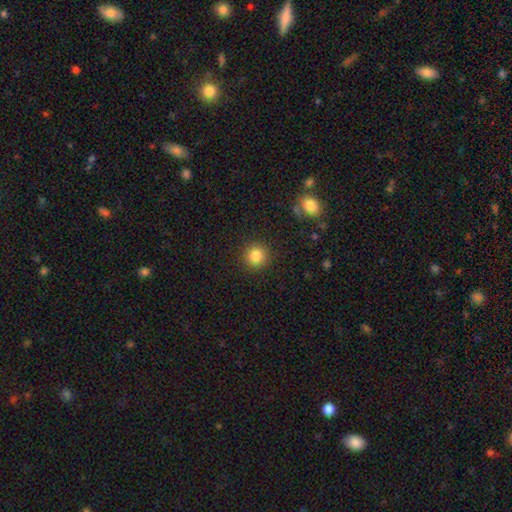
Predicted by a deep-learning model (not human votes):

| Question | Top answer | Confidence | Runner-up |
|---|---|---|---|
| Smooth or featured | smooth | 83% | star or artifact (11%) |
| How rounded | round | 94% | in between (5%) |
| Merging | none | 91% | minor disturbance (6%) |